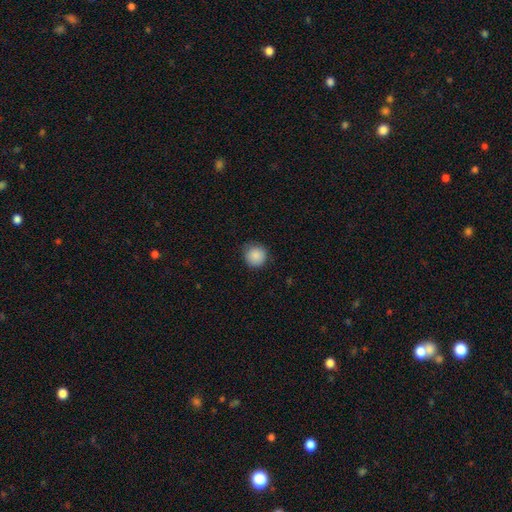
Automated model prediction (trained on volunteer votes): A smooth galaxy with no disk features (88%) that is round (94%).

Vote fractions:
- Smooth or featured? smooth: 88% / star or artifact: 8% / featured or disk: 3%
- How rounded? round: 94% / in between: 5% / cigar-shaped: 1%
- Merging? none: 84% / minor disturbance: 12% / major disturbance: 2% / merger: 1%